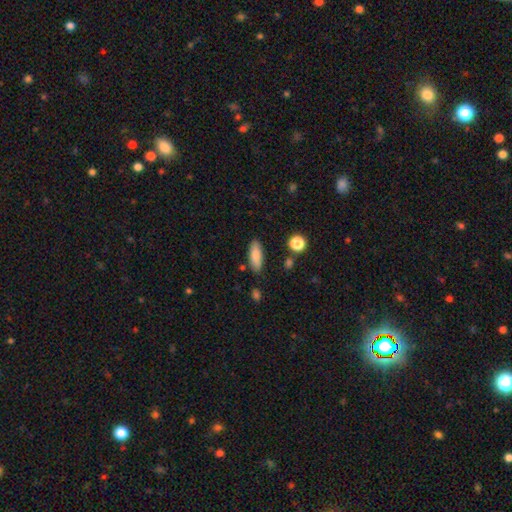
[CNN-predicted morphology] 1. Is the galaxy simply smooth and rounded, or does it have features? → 84% smooth, 9% featured or disk, 7% star or artifact.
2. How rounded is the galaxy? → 65% in between, 32% cigar-shaped, 3% round.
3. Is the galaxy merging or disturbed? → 84% none, 11% minor disturbance, 3% merger, 2% major disturbance.